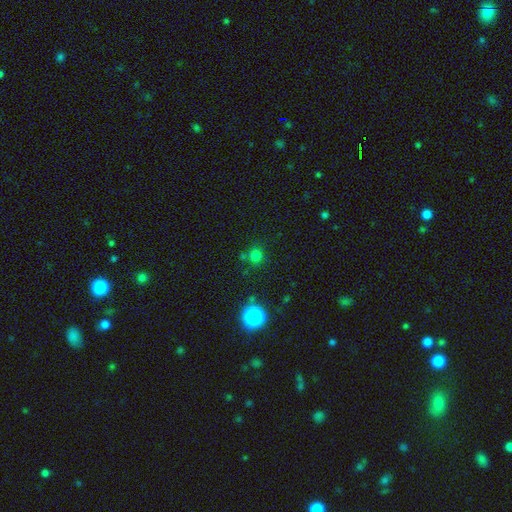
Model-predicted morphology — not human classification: A smooth galaxy with no disk features (73%) that is round (86%). Merging: none (74%).